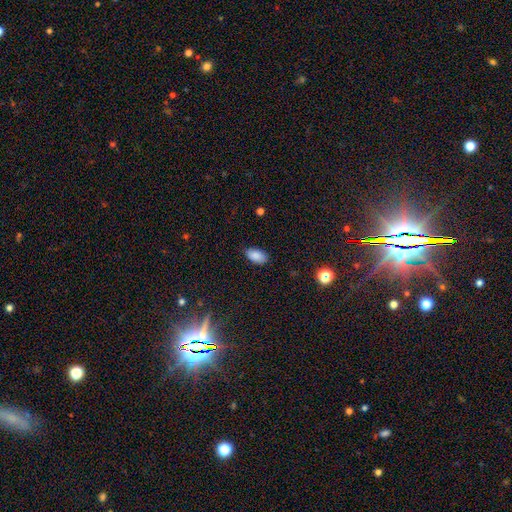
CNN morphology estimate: A smooth galaxy with no disk features (87%) that is in between round and cigar-shaped (94%). Merging: none (83%).